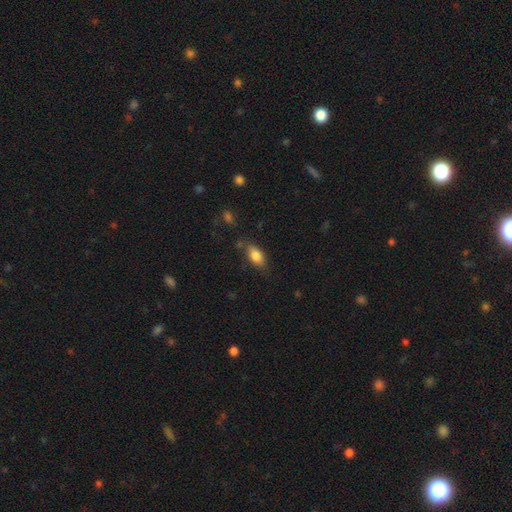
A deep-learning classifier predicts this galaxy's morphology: smooth_or_featured: smooth (p=0.81) [alt: featured or disk p=0.11]
how_rounded: in between (p=0.86) [alt: cigar-shaped p=0.10]
merging: none (p=0.73) [alt: minor disturbance p=0.19]